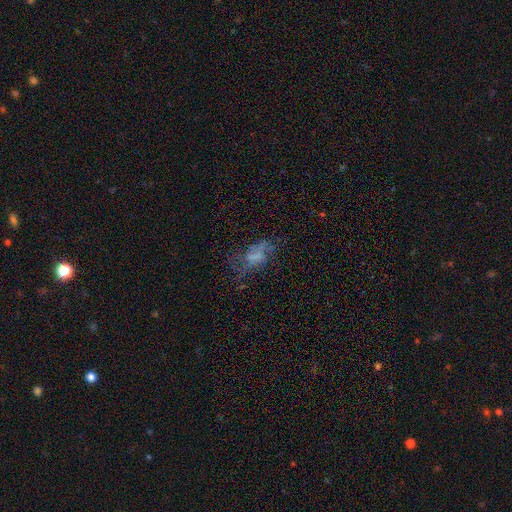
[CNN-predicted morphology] smooth-or-featured: featured or disk: 51% | smooth: 30% | star or artifact: 19%
  disk-edge-on: no: 94% | yes: 6%
  merging: none: 39% | major disturbance: 38% | minor disturbance: 20% | merger: 4%